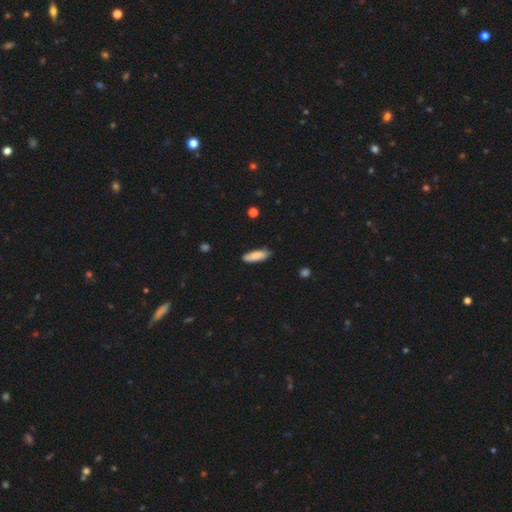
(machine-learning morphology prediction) Smooth or featured? smooth (83%)
How rounded? in between (57%)
Merging? none (83%)